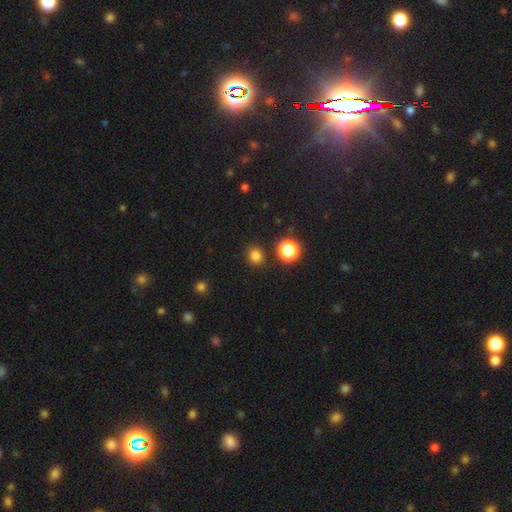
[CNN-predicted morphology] A smooth galaxy with no disk features (80%) that is round (81%). Merging: none (87%).